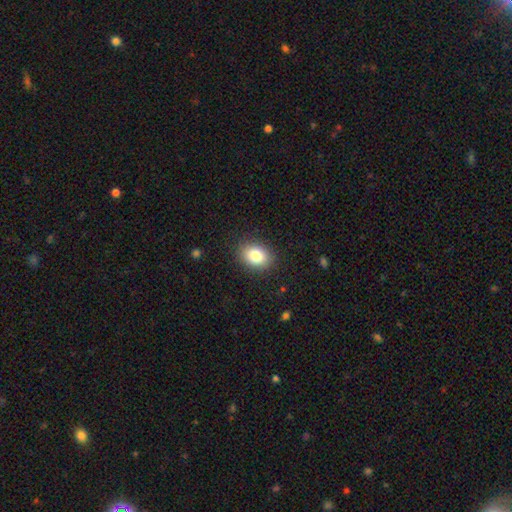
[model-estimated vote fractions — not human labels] This appears to be a smooth galaxy with no disk features (83%) that is in between round and cigar-shaped (69%). Merging: none (88%).